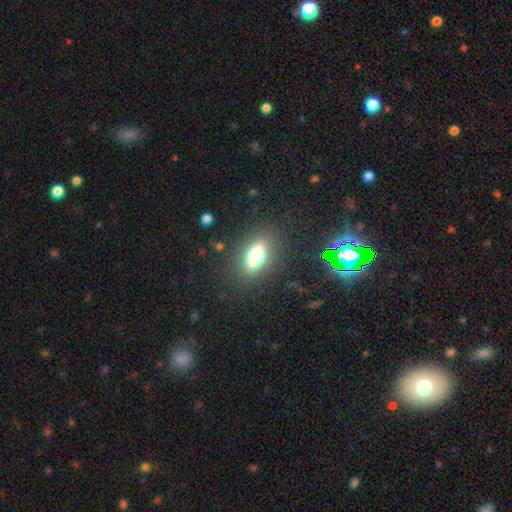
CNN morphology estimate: This is likely a smooth galaxy (64%). How rounded: likely in between (70%). Merging: clearly none (85%).